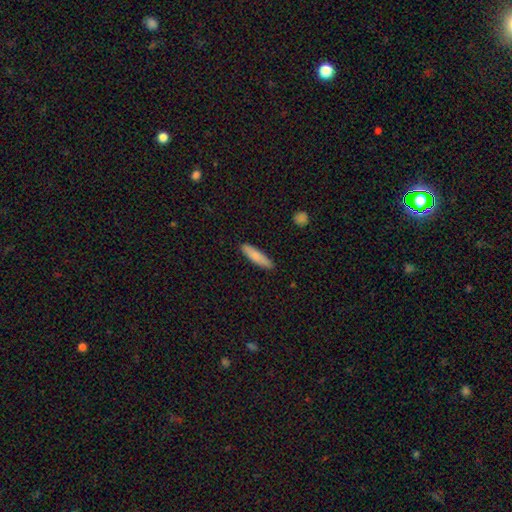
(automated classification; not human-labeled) Smooth or featured: smooth — 83% (featured or disk — 11%)
How rounded: cigar-shaped — 73% (in between — 26%)
Merging: none — 87% (minor disturbance — 10%)